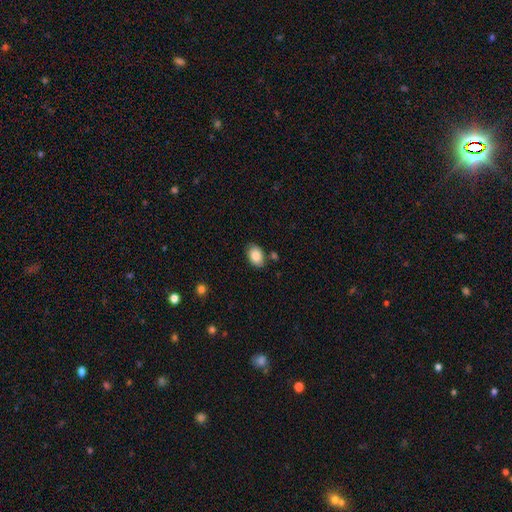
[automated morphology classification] Q: Smooth or featured?
A: smooth (86%); runner-up: featured or disk (7%)
Q: How rounded?
A: in between (85%); runner-up: round (14%)
Q: Merging?
A: none (79%); runner-up: minor disturbance (13%)